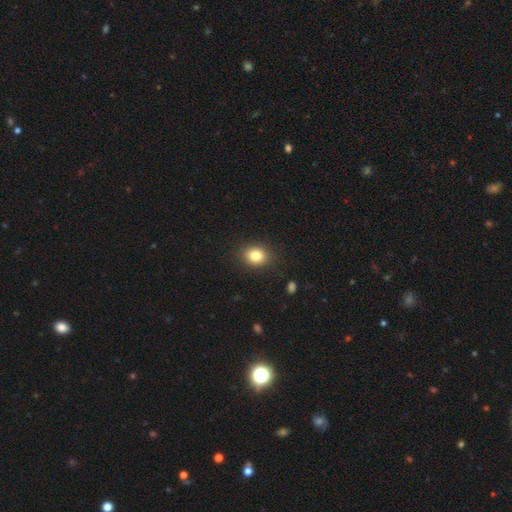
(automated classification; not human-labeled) Overall: smooth (82%). How rounded: round (57%; in between 42%). Merging: none (88%).